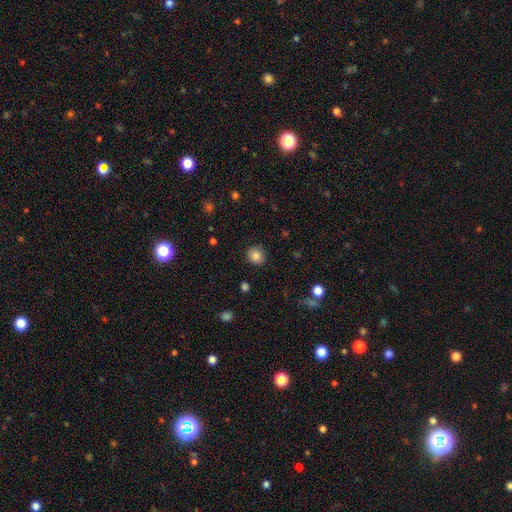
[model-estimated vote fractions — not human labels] The model was most divided on "smooth or featured": smooth: 85%, star or artifact: 10%, featured or disk: 5%. More confident: merging — none (89%); how rounded — round (87%).